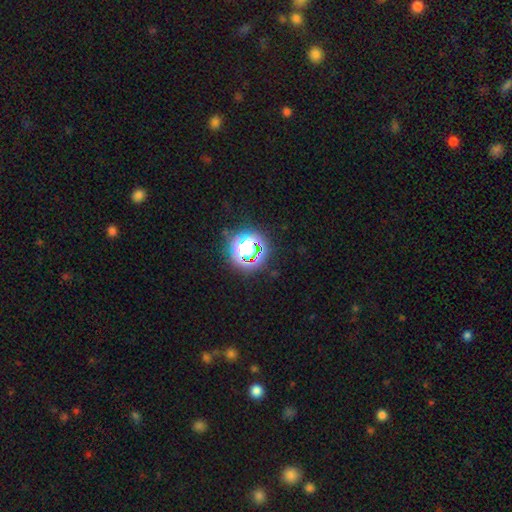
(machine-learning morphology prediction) Smooth or featured: star or artifact — 69% (smooth — 21%)